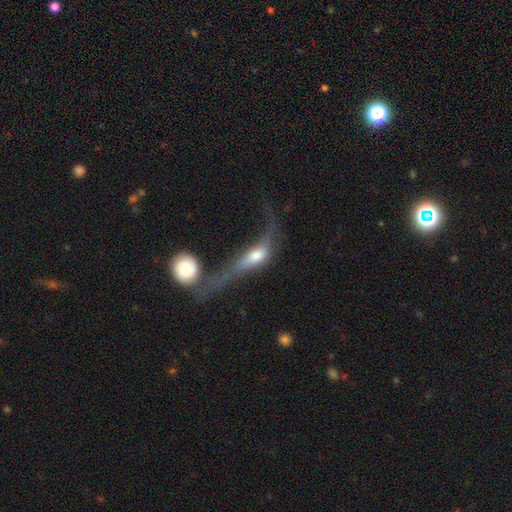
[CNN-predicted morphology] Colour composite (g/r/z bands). It shows a featured or disk galaxy (58%) viewed edge-on (58%). Merging: major disturbance (36%).